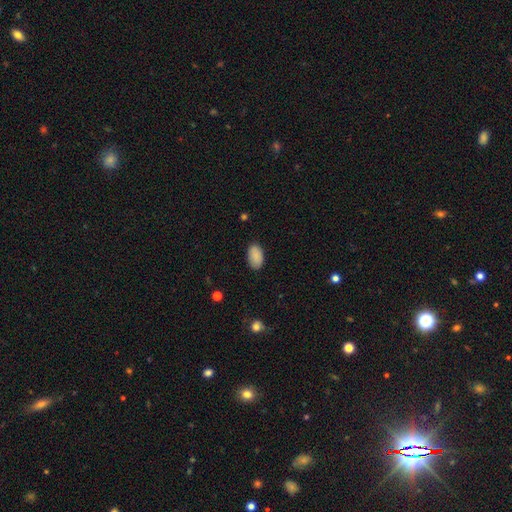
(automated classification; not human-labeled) A smooth galaxy with no disk features (88%) that is in between round and cigar-shaped (94%). Merging: none (86%).